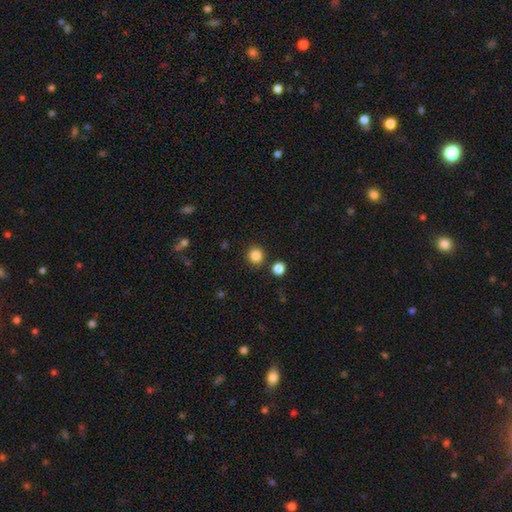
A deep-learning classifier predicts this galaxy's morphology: Smooth or featured? Predicted: smooth (p=0.85). How rounded? Predicted: round (p=0.91). Merging? Predicted: none (p=0.86).